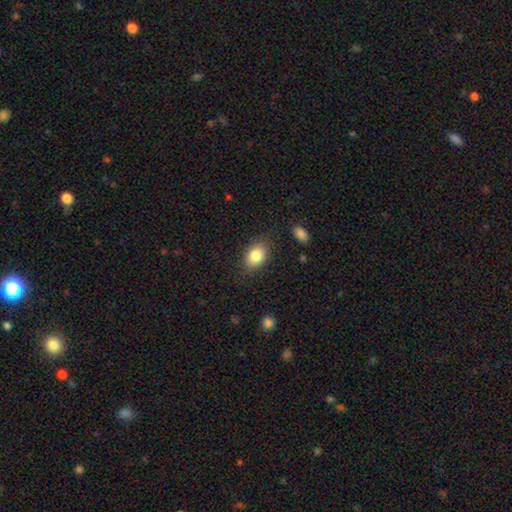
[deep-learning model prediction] smooth-or-featured: smooth: 83% | featured or disk: 9% | star or artifact: 8%
  how-rounded: in between: 76% | round: 23% | cigar-shaped: 1%
  merging: none: 83% | minor disturbance: 12% | major disturbance: 3% | merger: 2%